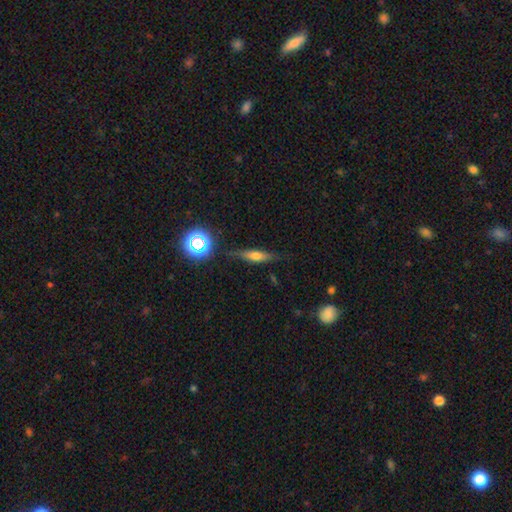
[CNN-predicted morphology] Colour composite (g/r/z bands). It shows a smooth galaxy with no disk features (50%). Merging: none (78%).